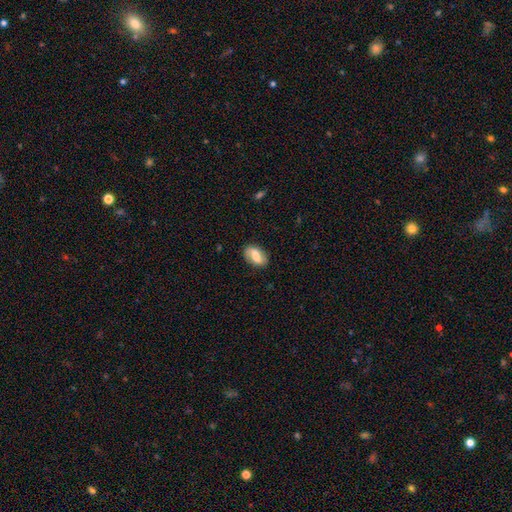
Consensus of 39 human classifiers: Volunteers were most divided on "spiral winding" (2-way tie): medium: 40%, loose: 40%, tight: 20%; "bulge size" (2-way tie): large: 35%, moderate: 35%, dominant: 12%, small: 12%, none: 6%. Remaining: edge-on disk — no (94%); spiral arm count — 2 (90%); merging — none (83%); spiral arms — yes (59%); bar — weak (53%); smooth or featured — featured or disk (46%).